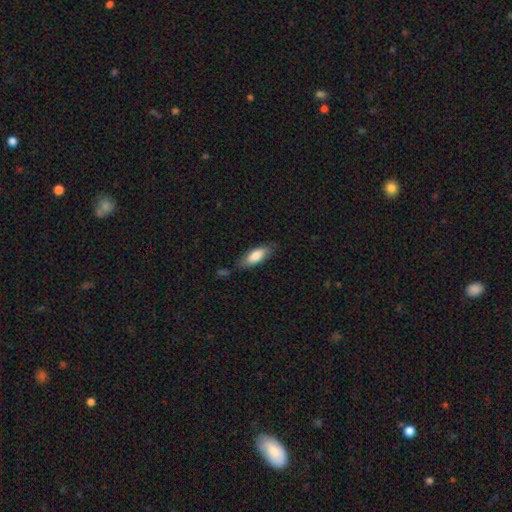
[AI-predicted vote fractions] Smooth or featured: smooth — 77% (featured or disk — 17%)
How rounded: in between — 69% (cigar-shaped — 29%)
Merging: none — 72% (minor disturbance — 20%)